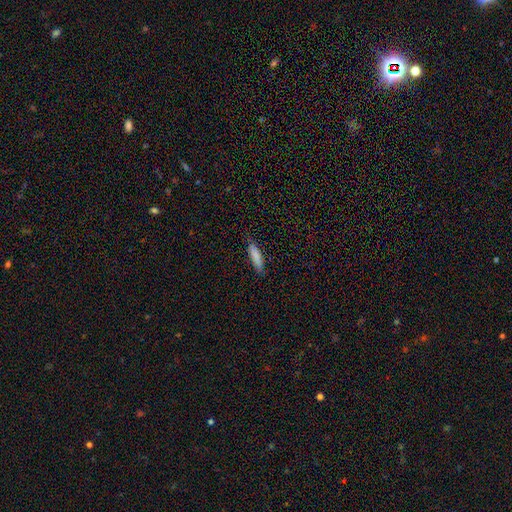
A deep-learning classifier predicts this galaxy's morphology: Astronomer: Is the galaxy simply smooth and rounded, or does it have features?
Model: smooth — 85%.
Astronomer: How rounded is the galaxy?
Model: cigar-shaped — 71%.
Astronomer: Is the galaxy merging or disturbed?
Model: none — 83%.